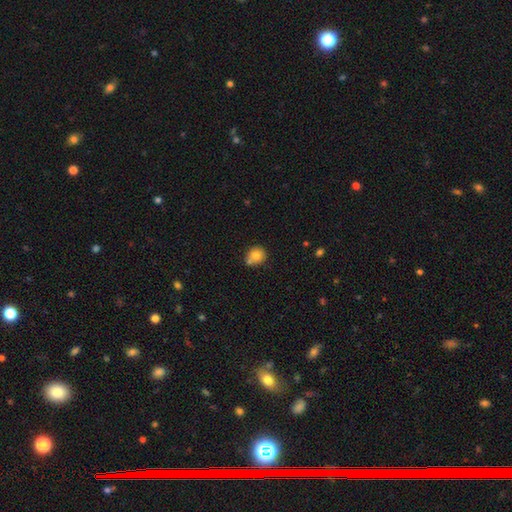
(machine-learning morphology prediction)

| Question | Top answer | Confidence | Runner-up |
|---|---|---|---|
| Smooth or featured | smooth | 78% | featured or disk (11%) |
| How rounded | round | 79% | in between (20%) |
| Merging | none | 53% | merger (28%) |